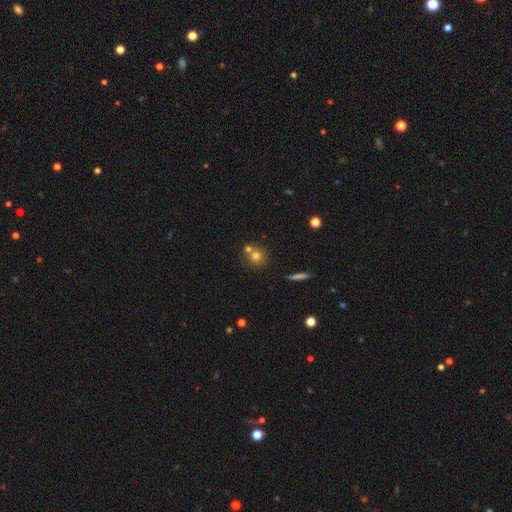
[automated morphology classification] This appears to be a smooth galaxy with no disk features (70%) that is round (87%). Merging: none (55%).